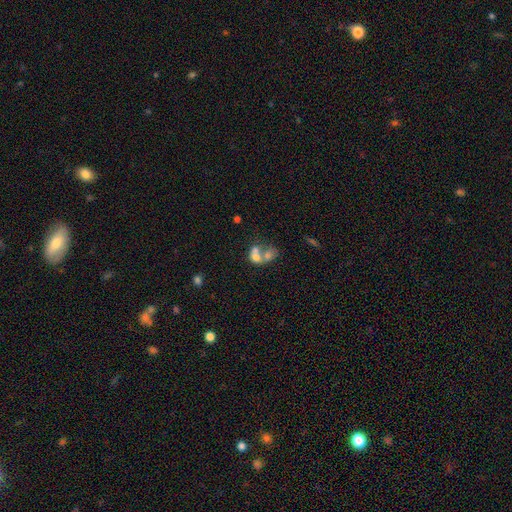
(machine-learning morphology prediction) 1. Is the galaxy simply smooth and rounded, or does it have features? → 59% smooth, 29% featured or disk, 11% star or artifact.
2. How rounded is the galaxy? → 57% in between, 42% round, 1% cigar-shaped.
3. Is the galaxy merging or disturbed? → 69% merger, 17% none, 7% major disturbance, 7% minor disturbance.